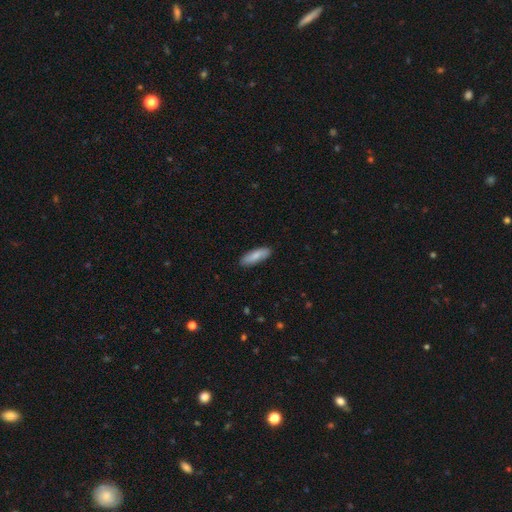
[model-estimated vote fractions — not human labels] Smooth or featured? smooth (82%)
How rounded? in between (51%)
Merging? none (88%)